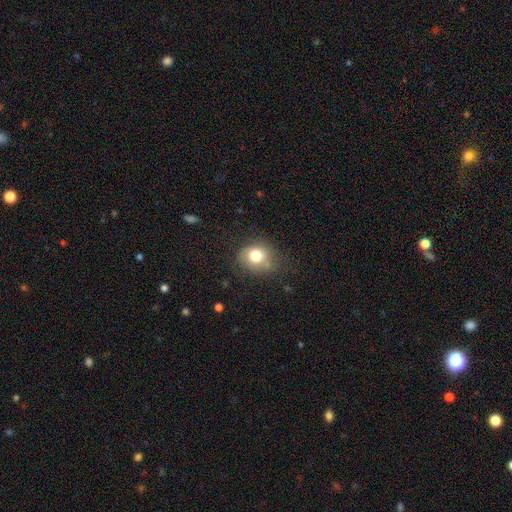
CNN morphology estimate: Smooth or featured?
  - smooth: 75% *
  - featured or disk: 14%
  - star or artifact: 11%
How rounded?
  - round: 71% *
  - in between: 28%
  - cigar-shaped: 1%
Merging?
  - none: 64% *
  - minor disturbance: 24%
  - major disturbance: 9%
  - merger: 3%